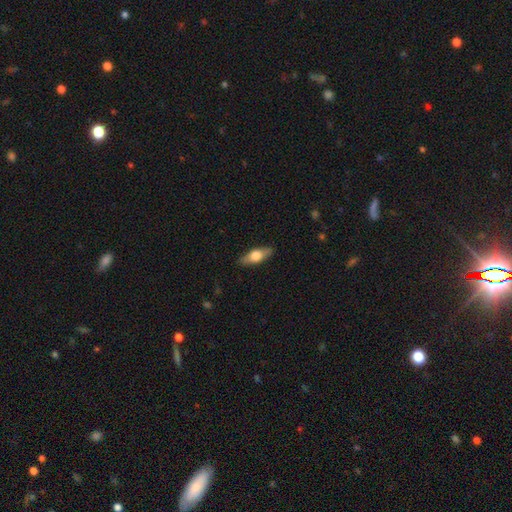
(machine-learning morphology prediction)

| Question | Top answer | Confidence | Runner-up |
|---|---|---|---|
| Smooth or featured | smooth | 58% | featured or disk (36%) |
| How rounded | in between | 66% | cigar-shaped (31%) |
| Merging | none | 87% | minor disturbance (10%) |